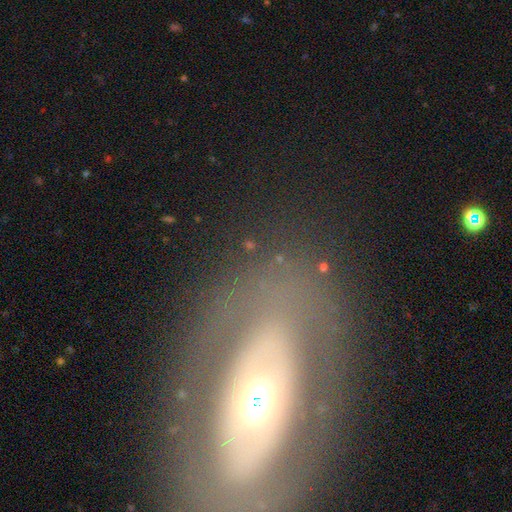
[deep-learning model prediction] This appears to be a featured or disk galaxy (67%) with no bar (77%), no spiral arms (73%) and a moderate central bulge (66%). Merging: none (79%).